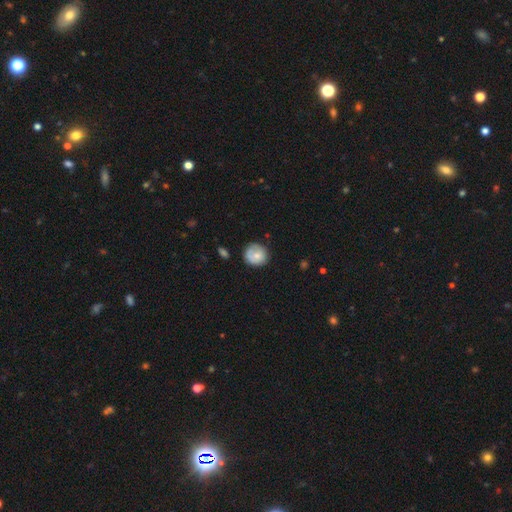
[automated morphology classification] This appears to be a smooth galaxy with no disk features (69%) that is round (86%). Merging: none (68%).